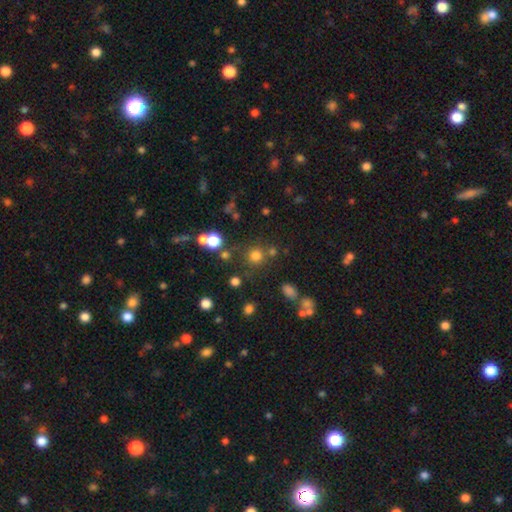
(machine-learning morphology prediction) A smooth galaxy with no disk features (73%) that is round (92%). Merging: none (74%).